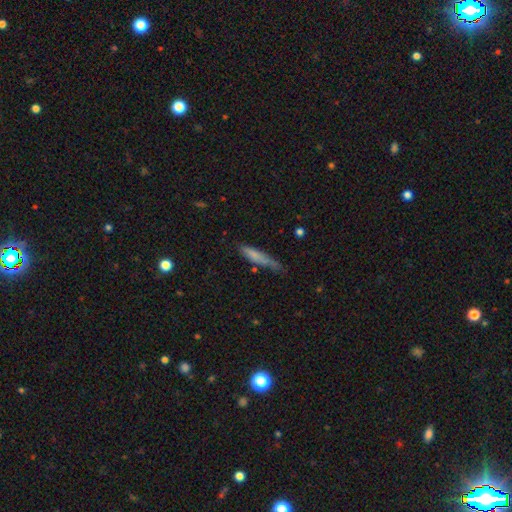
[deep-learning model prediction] Smooth or featured? Predicted: smooth (p=0.71). How rounded? Predicted: cigar-shaped (p=0.85). Merging? Predicted: none (p=0.51).